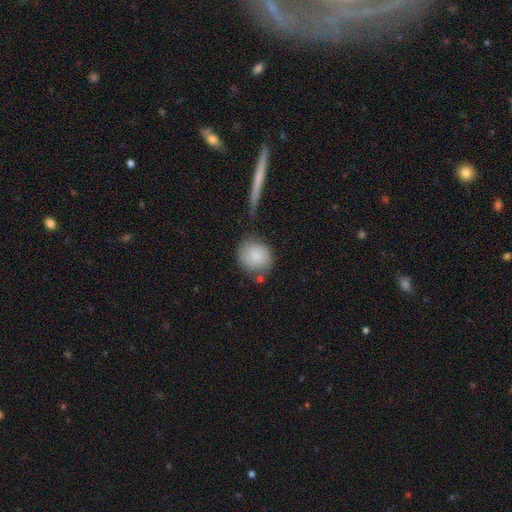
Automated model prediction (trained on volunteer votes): Smooth or featured? smooth (85%)
How rounded? round (82%)
Merging? none (68%)